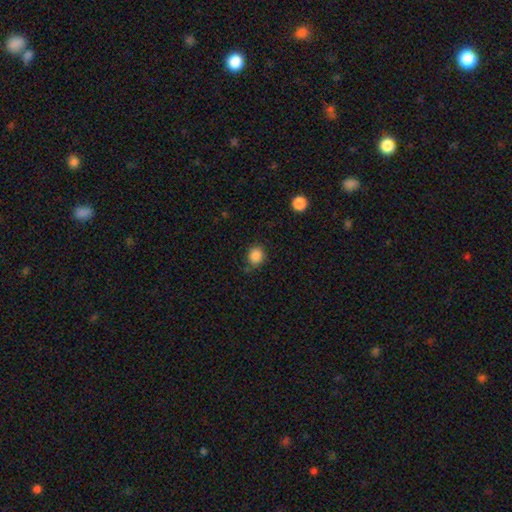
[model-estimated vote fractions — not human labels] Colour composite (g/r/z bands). It shows a smooth galaxy with no disk features (86%) that is round (75%). Merging: none (75%).